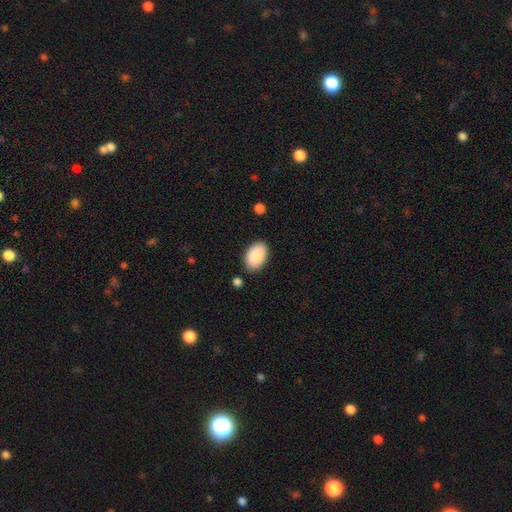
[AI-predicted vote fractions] Smooth or featured: smooth — 88% (featured or disk — 6%)
How rounded: in between — 90% (round — 9%)
Merging: none — 83% (minor disturbance — 12%)